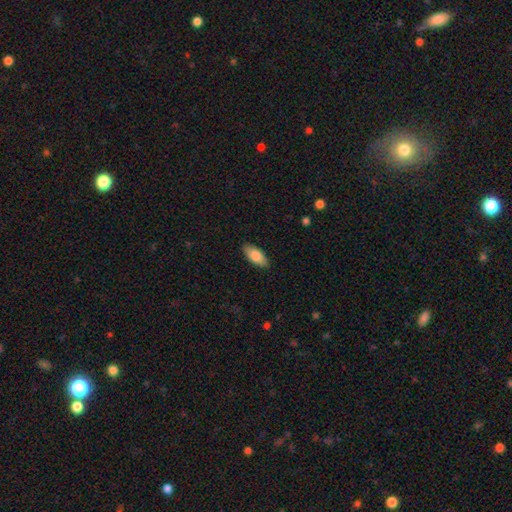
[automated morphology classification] This is clearly a smooth galaxy (84%). How rounded: clearly in between (87%). Merging: clearly none (88%).